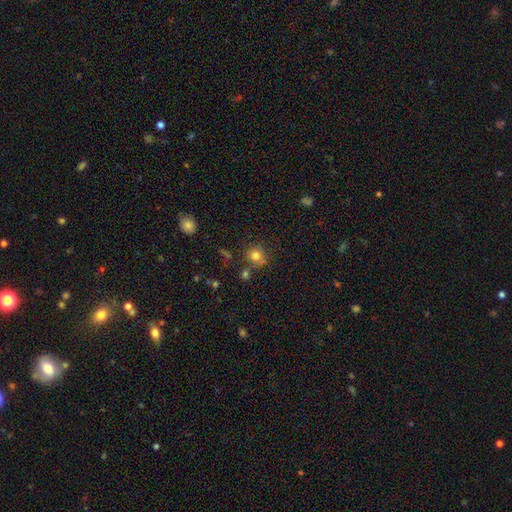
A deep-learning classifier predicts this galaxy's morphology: Smooth or featured?
  - smooth: 78% *
  - star or artifact: 14%
  - featured or disk: 8%
How rounded?
  - round: 86% *
  - in between: 13%
  - cigar-shaped: 1%
Merging?
  - none: 69% *
  - minor disturbance: 14%
  - merger: 12%
  - major disturbance: 5%